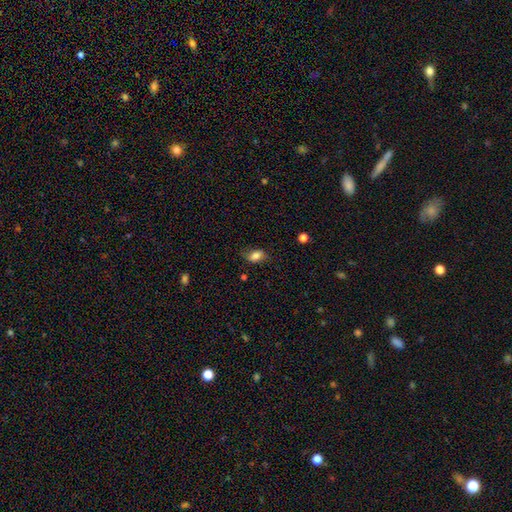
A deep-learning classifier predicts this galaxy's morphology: Q: Smooth or featured?
A: smooth (80%); runner-up: featured or disk (11%)
Q: How rounded?
A: in between (83%); runner-up: round (14%)
Q: Merging?
A: none (71%); runner-up: minor disturbance (21%)